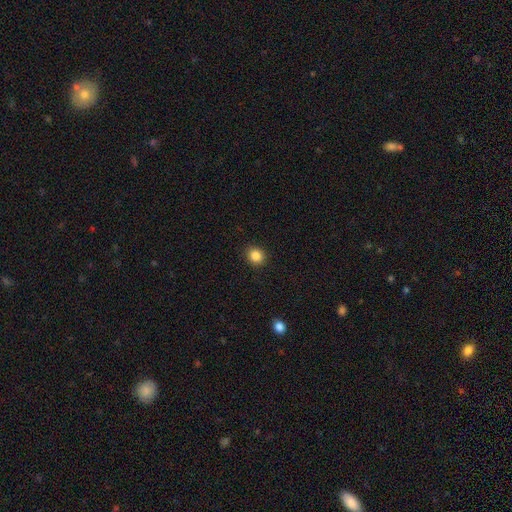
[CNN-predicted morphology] type=smooth (85%); roundness=round (81%); merging=none (91%).